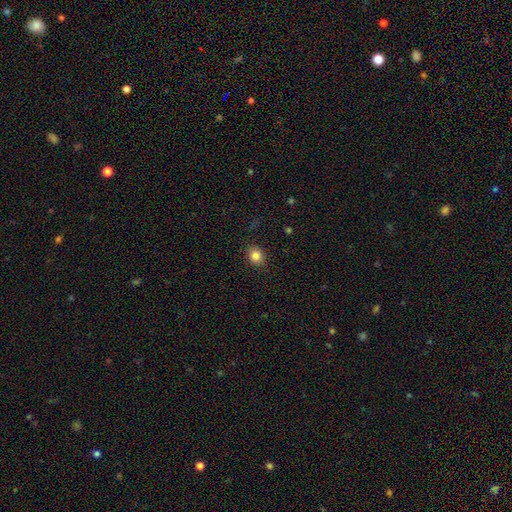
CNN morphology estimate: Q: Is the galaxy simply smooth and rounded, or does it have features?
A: smooth — 84%.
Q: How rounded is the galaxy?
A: round — 66%.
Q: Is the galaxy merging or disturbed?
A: none — 89%.